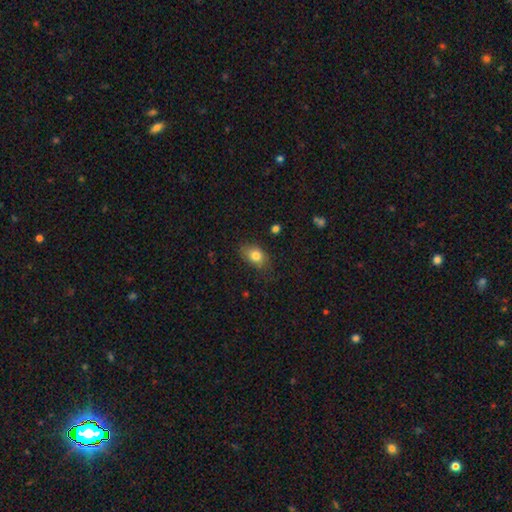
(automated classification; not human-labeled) Overall: smooth (80%). How rounded: in between (77%). Merging: none (69%).